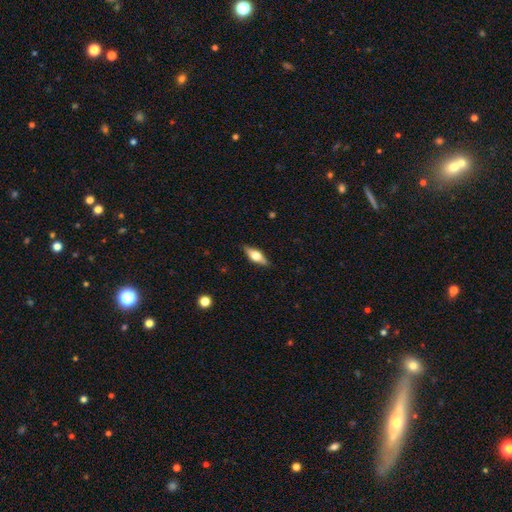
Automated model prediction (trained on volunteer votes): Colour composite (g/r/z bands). It shows a featured or disk galaxy (52%) viewed edge-on (92%). Merging: none (87%).